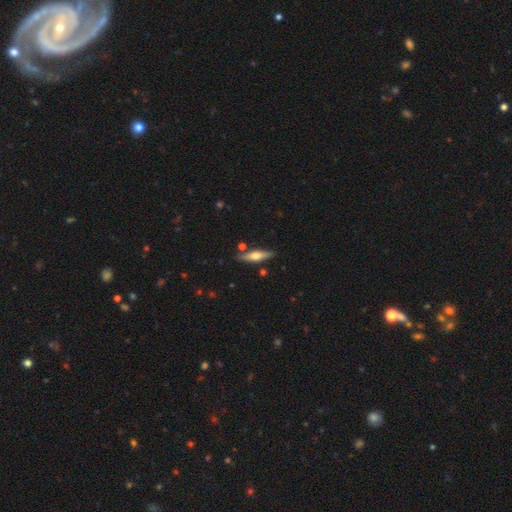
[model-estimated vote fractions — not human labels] Smooth or featured? Predicted: featured or disk (p=0.54). Edge-on disk? Predicted: yes (p=0.94). Edge-on bulge? Predicted: rounded (p=0.91). Merging? Predicted: none (p=0.84).